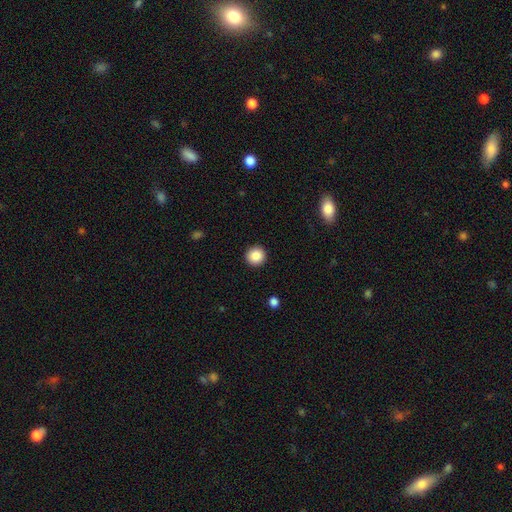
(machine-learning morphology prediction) Smooth or featured: smooth — 87% (star or artifact — 9%)
How rounded: round — 95% (in between — 4%)
Merging: none — 93% (minor disturbance — 5%)